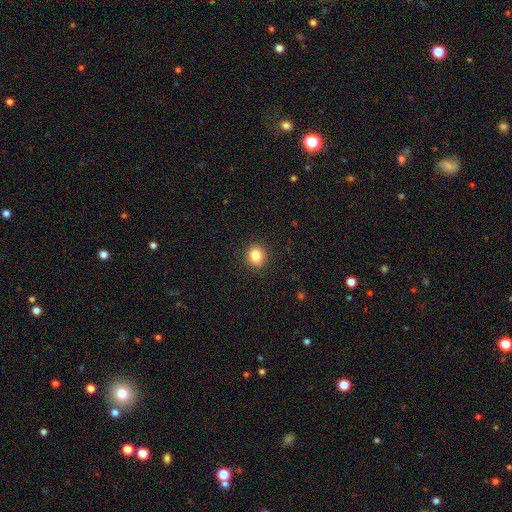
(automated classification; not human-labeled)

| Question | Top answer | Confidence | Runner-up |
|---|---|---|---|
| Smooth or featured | smooth | 84% | star or artifact (10%) |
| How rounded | round | 78% | in between (21%) |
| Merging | none | 91% | minor disturbance (6%) |